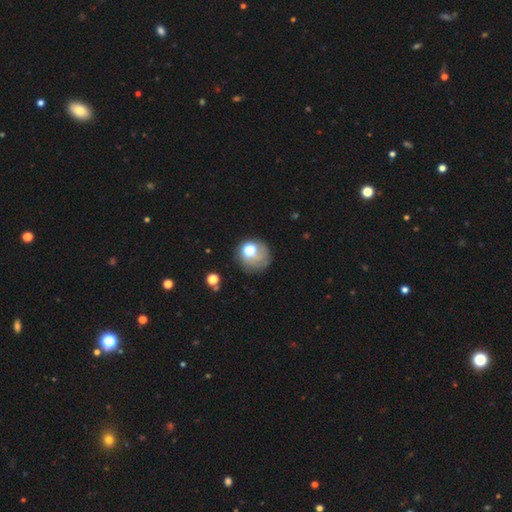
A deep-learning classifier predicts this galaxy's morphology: This is possibly a smooth galaxy (57%). How rounded: clearly round (83%). Merging: possibly none (59%).